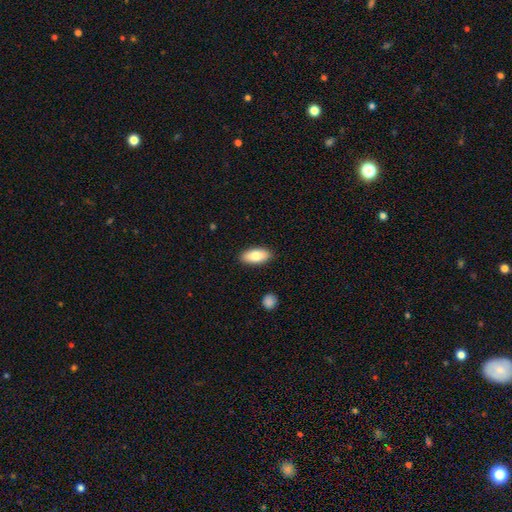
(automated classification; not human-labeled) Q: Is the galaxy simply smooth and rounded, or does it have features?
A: smooth — 80%.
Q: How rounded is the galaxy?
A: in between — 88%.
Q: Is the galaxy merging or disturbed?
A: none — 89%.